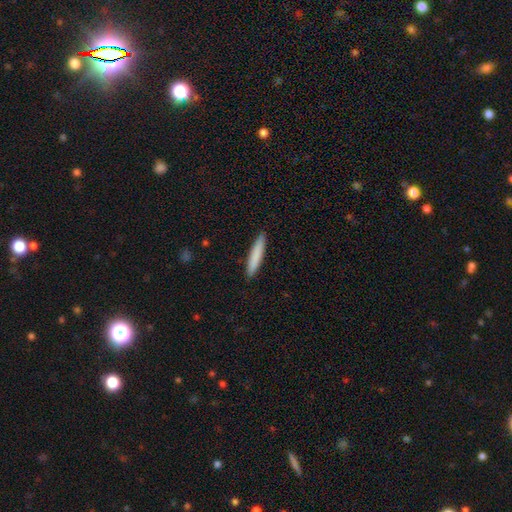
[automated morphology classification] A smooth galaxy with no disk features (82%) that is cigar-shaped (93%). Merging: none (91%).